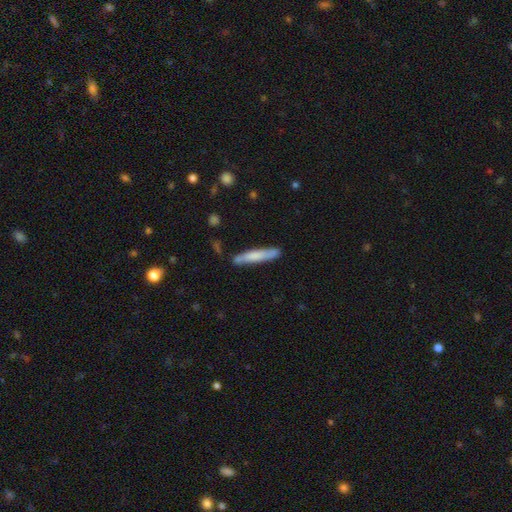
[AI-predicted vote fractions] Q: Smooth or featured?
A: smooth (69%); runner-up: featured or disk (26%)
Q: How rounded?
A: cigar-shaped (93%); runner-up: in between (6%)
Q: Merging?
A: none (79%); runner-up: minor disturbance (14%)